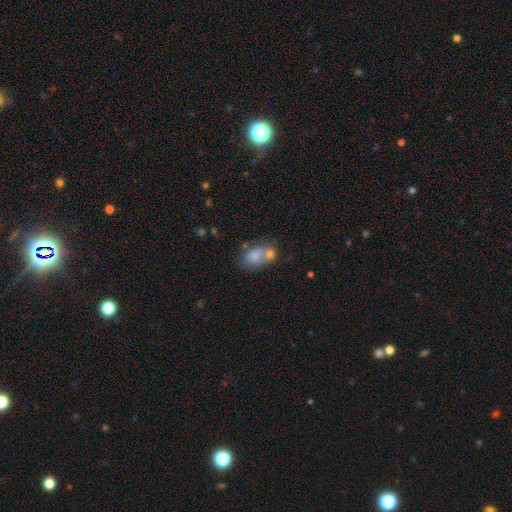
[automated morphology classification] Smooth or featured? smooth (73%)
How rounded? in between (74%)
Merging? merger (51%)